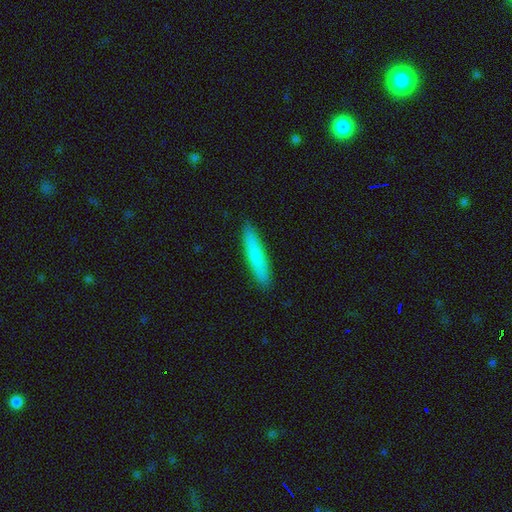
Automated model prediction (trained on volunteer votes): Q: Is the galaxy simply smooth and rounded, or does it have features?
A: smooth — 79%.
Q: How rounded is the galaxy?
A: cigar-shaped — 91%.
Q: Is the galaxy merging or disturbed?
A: none — 91%.